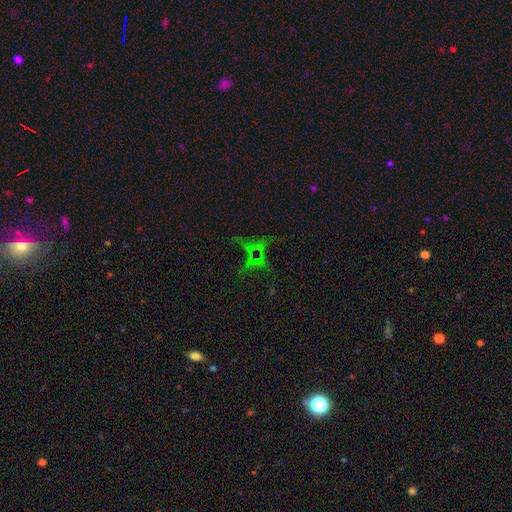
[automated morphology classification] Smooth or featured? Predicted: star or artifact (p=0.70).